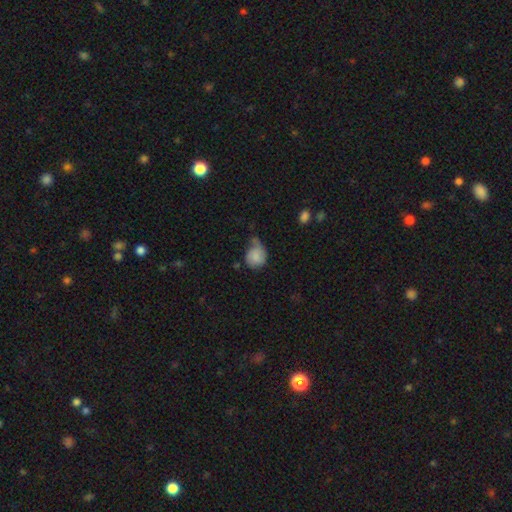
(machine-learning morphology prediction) This is likely a smooth galaxy (68%). How rounded: likely round (65%). Merging: marginally minor disturbance (40%).